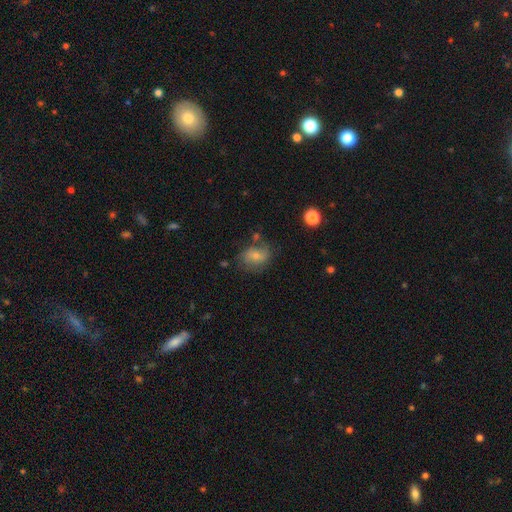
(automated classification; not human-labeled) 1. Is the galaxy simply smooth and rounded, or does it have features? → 66% smooth, 25% featured or disk, 10% star or artifact.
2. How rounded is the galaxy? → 62% in between, 37% round, 1% cigar-shaped.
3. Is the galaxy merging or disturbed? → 59% none, 24% minor disturbance, 10% major disturbance, 6% merger.